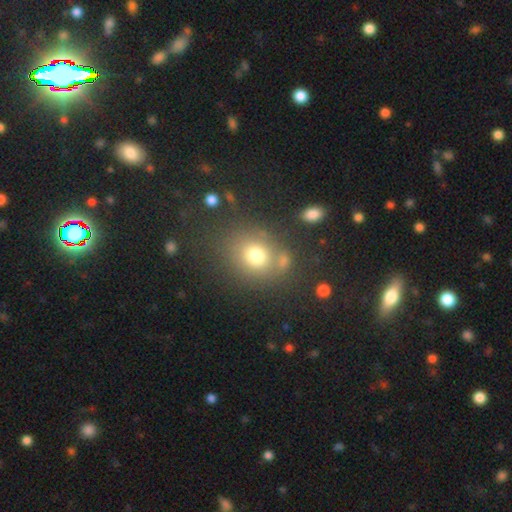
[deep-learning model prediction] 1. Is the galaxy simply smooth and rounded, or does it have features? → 74% smooth, 15% star or artifact, 11% featured or disk.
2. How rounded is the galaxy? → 71% round, 28% in between, 1% cigar-shaped.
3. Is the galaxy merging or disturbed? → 68% none, 13% minor disturbance, 12% merger, 7% major disturbance.